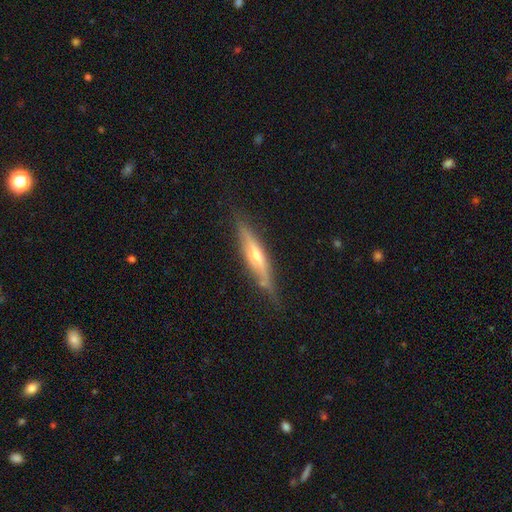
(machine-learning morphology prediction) Smooth or featured?
  - featured or disk: 68% *
  - smooth: 26%
  - star or artifact: 6%
Edge-on disk?
  - yes: 93% *
  - no: 7%
Edge-on bulge?
  - rounded: 79% *
  - none: 13%
  - boxy: 8%
Merging?
  - none: 79% *
  - minor disturbance: 16%
  - major disturbance: 3%
  - merger: 2%